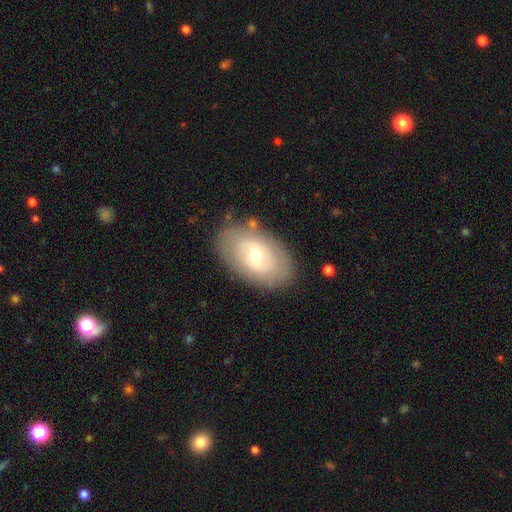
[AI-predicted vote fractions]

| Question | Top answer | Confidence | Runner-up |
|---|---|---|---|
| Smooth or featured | smooth | 49% | featured or disk (44%) |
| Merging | none | 79% | minor disturbance (14%) |